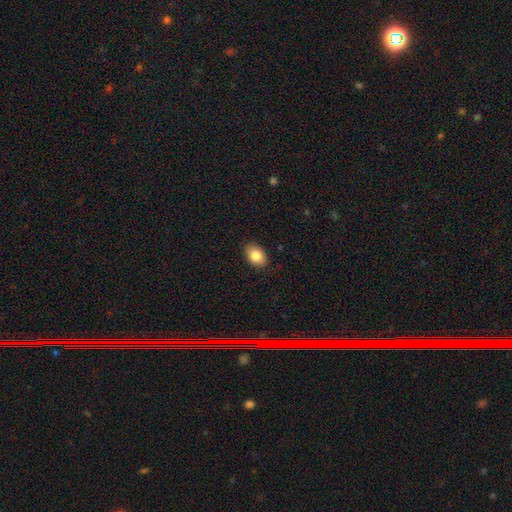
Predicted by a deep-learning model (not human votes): A smooth galaxy with no disk features (84%) that is in between round and cigar-shaped (82%). Merging: none (88%).